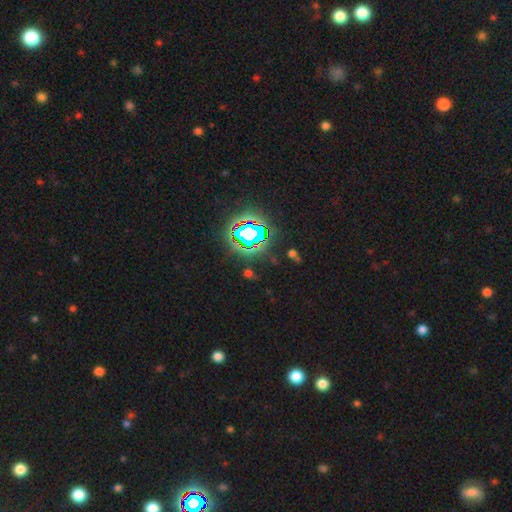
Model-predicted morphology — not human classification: smooth_or_featured: star or artifact (p=0.81) [alt: smooth p=0.11]